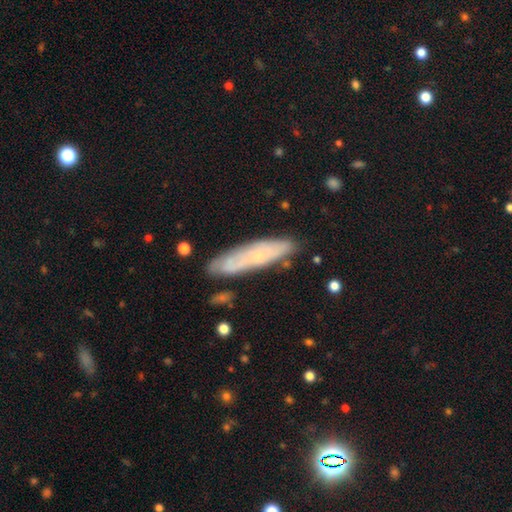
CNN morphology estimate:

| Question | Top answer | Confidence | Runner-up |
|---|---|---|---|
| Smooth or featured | featured or disk | 48% | smooth (44%) |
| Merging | none | 79% | minor disturbance (15%) |